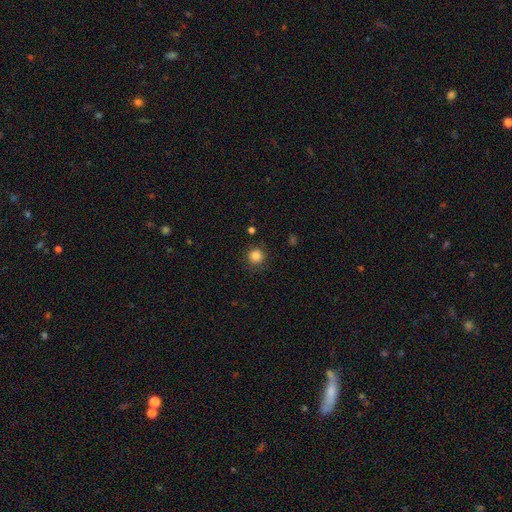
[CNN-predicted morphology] smooth-or-featured: smooth: 85% | star or artifact: 11% | featured or disk: 4%
  how-rounded: round: 95% | in between: 4% | cigar-shaped: 1%
  merging: none: 87% | minor disturbance: 9% | major disturbance: 3% | merger: 2%